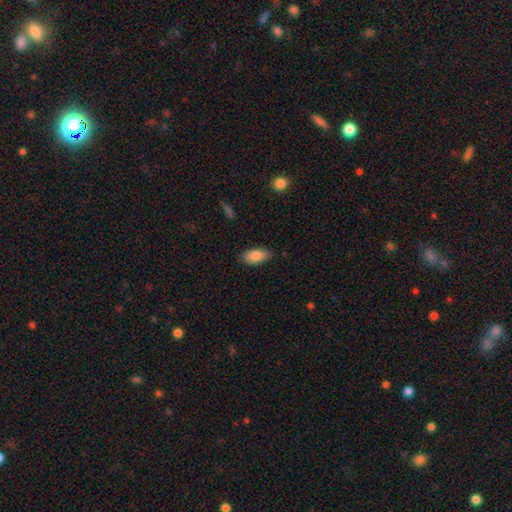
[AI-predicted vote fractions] A smooth galaxy with no disk features (85%) that is in between round and cigar-shaped (90%). Merging: none (82%).